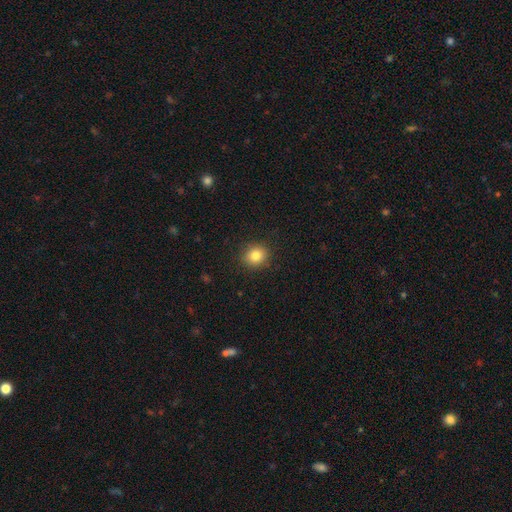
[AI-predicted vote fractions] Smooth or featured?
  - smooth: 83% *
  - star or artifact: 11%
  - featured or disk: 6%
How rounded?
  - round: 84% *
  - in between: 15%
  - cigar-shaped: 1%
Merging?
  - none: 90% *
  - minor disturbance: 7%
  - major disturbance: 2%
  - merger: 1%